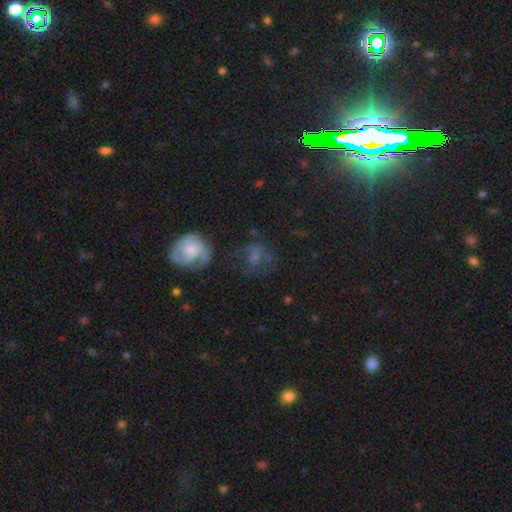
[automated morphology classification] This appears to be a smooth galaxy with no disk features (42%). Merging: none (49%).